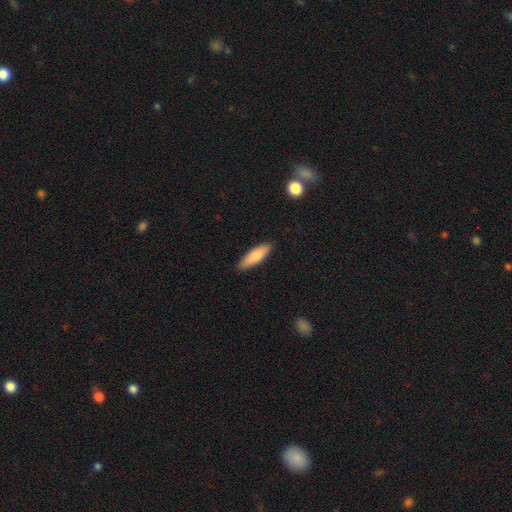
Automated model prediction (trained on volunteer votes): Smooth or featured? Predicted: smooth (p=0.79). How rounded? Predicted: cigar-shaped (p=0.60). Merging? Predicted: none (p=0.88).